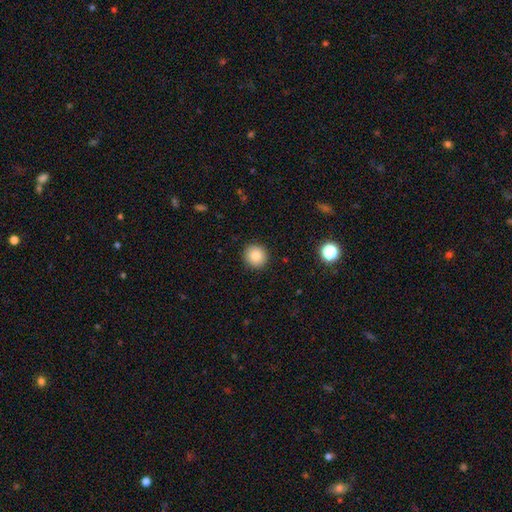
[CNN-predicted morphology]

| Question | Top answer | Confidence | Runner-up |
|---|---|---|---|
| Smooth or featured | smooth | 85% | star or artifact (10%) |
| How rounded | round | 92% | in between (7%) |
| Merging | none | 92% | minor disturbance (5%) |